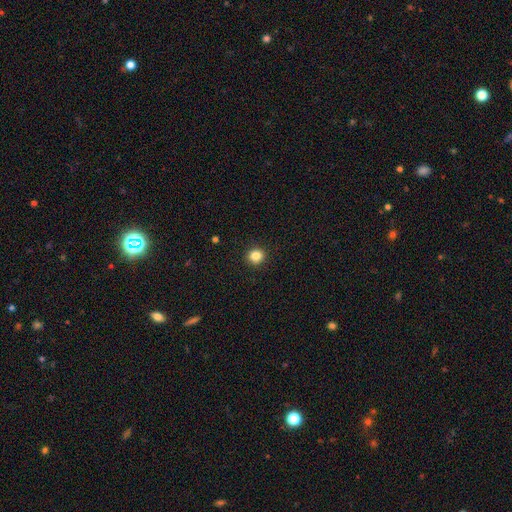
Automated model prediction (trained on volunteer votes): Smooth or featured? Predicted: smooth (p=0.85). How rounded? Predicted: round (p=0.84). Merging? Predicted: none (p=0.92).